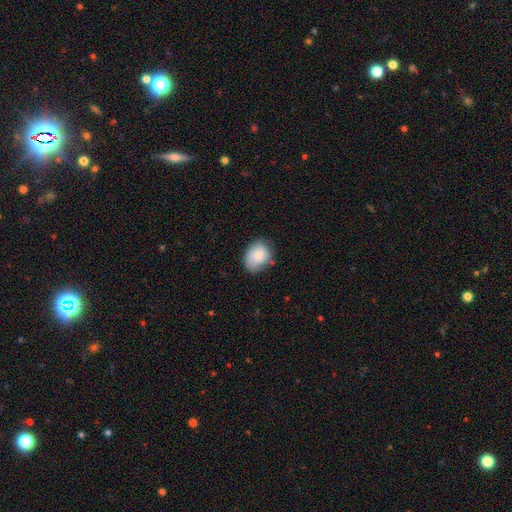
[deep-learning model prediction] A smooth galaxy with no disk features (82%) that is in between round and cigar-shaped (56%).

Vote fractions:
- Smooth or featured? smooth: 82% / featured or disk: 11% / star or artifact: 7%
- How rounded? in between: 56% / round: 43% / cigar-shaped: 1%
- Merging? none: 68% / minor disturbance: 25% / major disturbance: 5% / merger: 2%